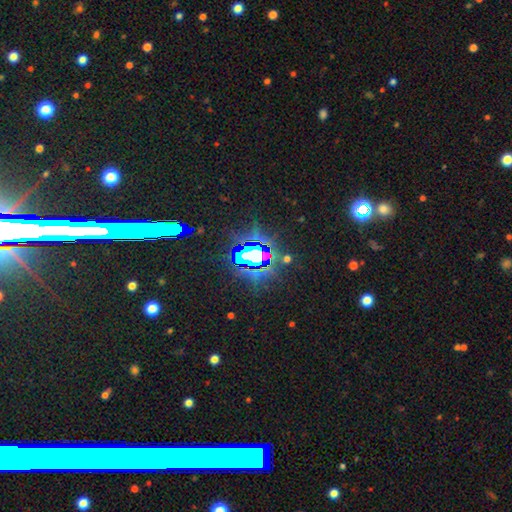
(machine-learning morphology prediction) Smooth or featured: star or artifact — 74% (smooth — 14%)